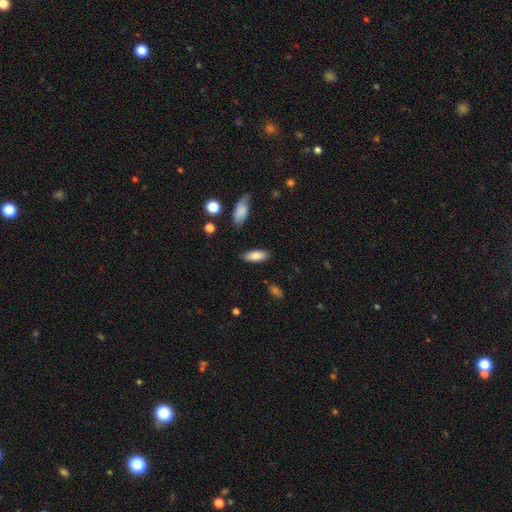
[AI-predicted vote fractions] Overall: smooth (82%). How rounded: in between (78%). Merging: none (86%).